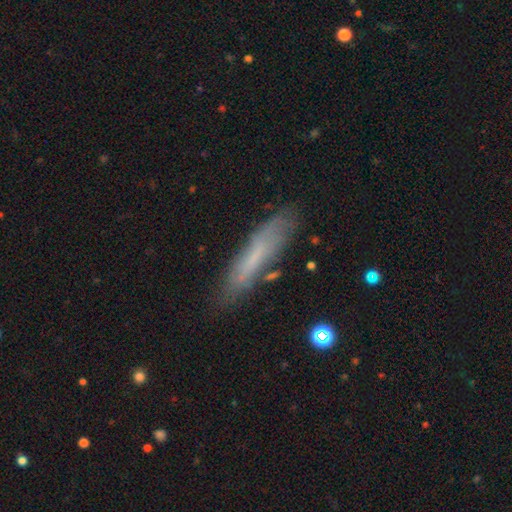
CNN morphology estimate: Smooth or featured?
  - smooth: 60% *
  - featured or disk: 32%
  - star or artifact: 8%
How rounded?
  - cigar-shaped: 82% *
  - in between: 16%
  - round: 1%
Merging?
  - none: 76% *
  - minor disturbance: 17%
  - major disturbance: 4%
  - merger: 3%